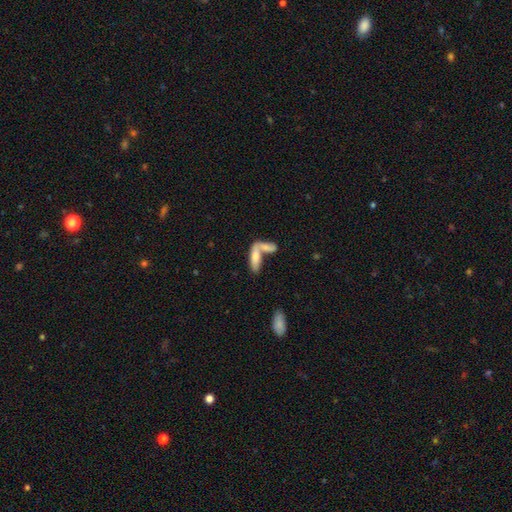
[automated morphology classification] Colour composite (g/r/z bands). It shows a smooth galaxy with no disk features (71%) that is in between round and cigar-shaped (57%). Merging: merger (64%).